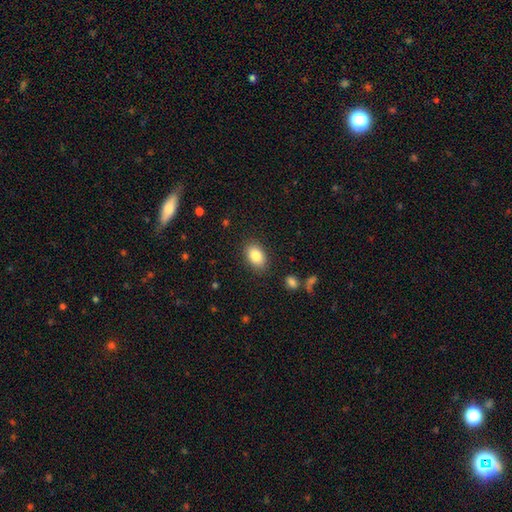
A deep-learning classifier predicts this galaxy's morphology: The model was most divided on "how rounded": in between: 87%, round: 12%, cigar-shaped: 1%. More confident: merging — none (87%); smooth or featured — smooth (85%).